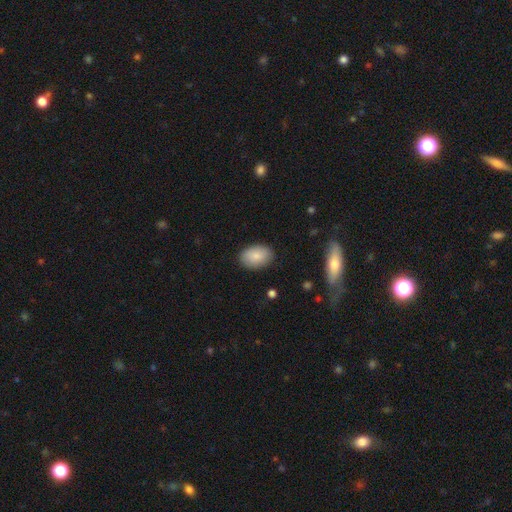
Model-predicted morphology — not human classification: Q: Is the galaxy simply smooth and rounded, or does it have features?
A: smooth — 85%.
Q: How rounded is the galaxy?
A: in between — 85%.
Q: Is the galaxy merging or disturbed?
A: none — 86%.